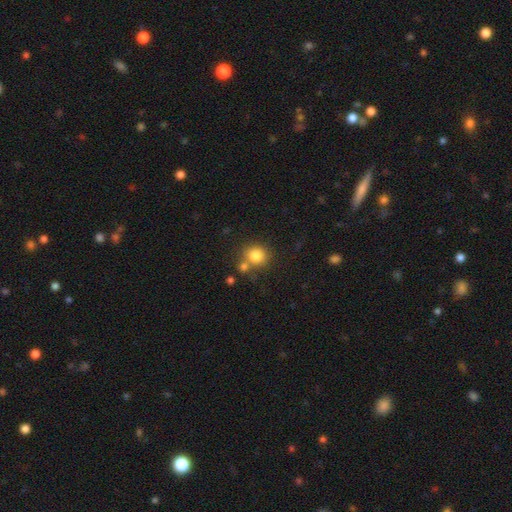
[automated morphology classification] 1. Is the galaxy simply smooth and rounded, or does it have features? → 82% smooth, 11% star or artifact, 7% featured or disk.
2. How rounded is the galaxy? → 87% round, 12% in between, 1% cigar-shaped.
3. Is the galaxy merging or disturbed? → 66% none, 20% merger, 10% minor disturbance, 4% major disturbance.